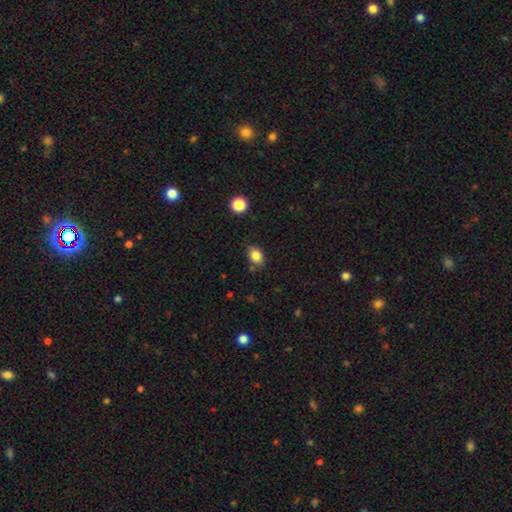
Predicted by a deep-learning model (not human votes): Morphology: type=smooth (85%); roundness=in between (73%); merging=none (78%).